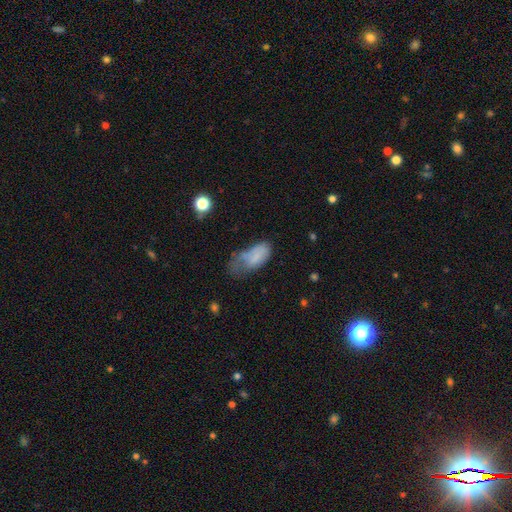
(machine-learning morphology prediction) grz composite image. It shows a smooth galaxy with no disk features (69%) that is in between round and cigar-shaped (92%). Merging: major disturbance (44%).